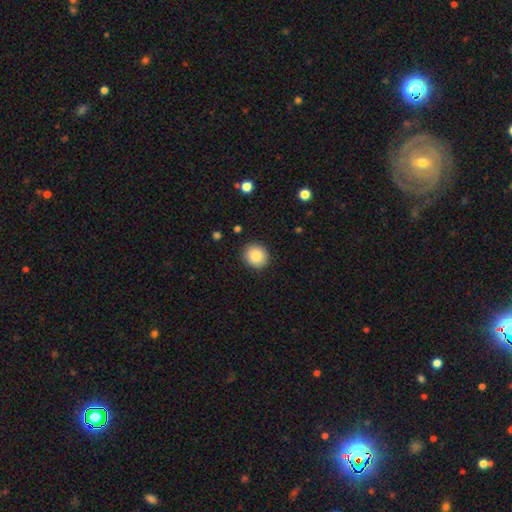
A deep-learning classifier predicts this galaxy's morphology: Smooth or featured? smooth (86%)
How rounded? round (86%)
Merging? none (90%)